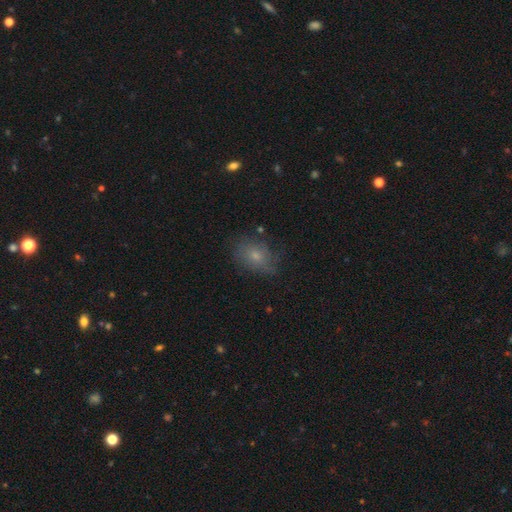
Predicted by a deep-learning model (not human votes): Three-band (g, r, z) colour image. It shows a smooth galaxy with no disk features (64%) that is in between round and cigar-shaped (67%). Merging: none (63%).